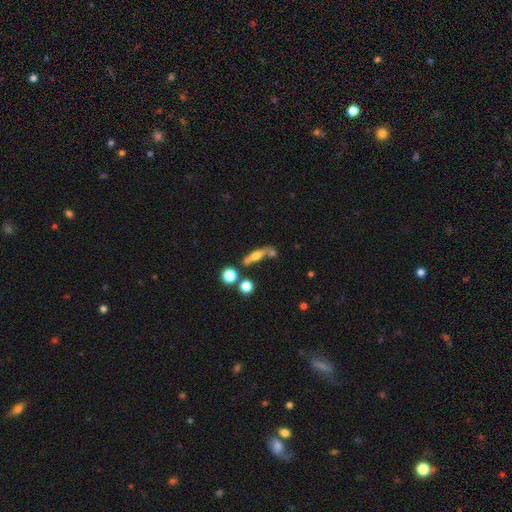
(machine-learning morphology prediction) The model was most divided on "smooth or featured": featured or disk: 54%, smooth: 37%, star or artifact: 9%. More confident: edge-on disk — yes (86%); merging — none (62%).